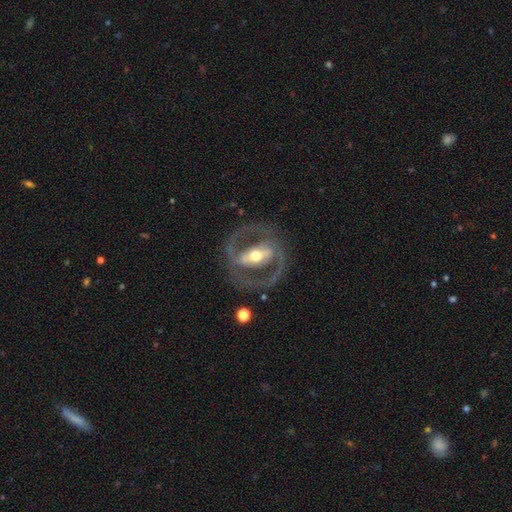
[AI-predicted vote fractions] Overall: featured or disk (87%). Edge-on disk: no (95%). Bar: strong (65%). Spiral arms: yes (78%). Spiral arm count: 2 (88%). Spiral winding: medium (53%; tight 30%). Bulge size: moderate (69%). Merging: none (77%).